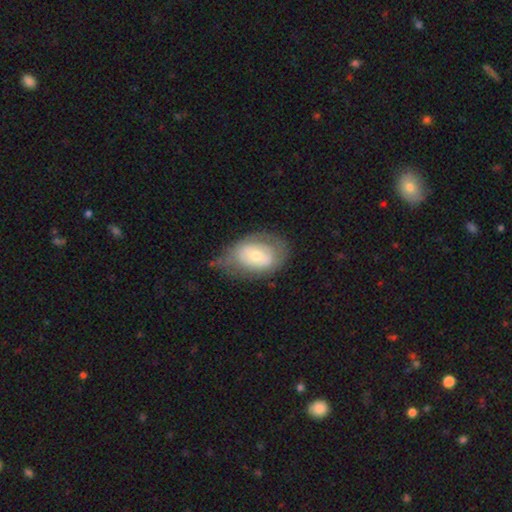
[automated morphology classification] Q: Smooth or featured?
A: featured or disk (48%); runner-up: smooth (45%)
Q: Merging?
A: none (52%); runner-up: minor disturbance (30%)